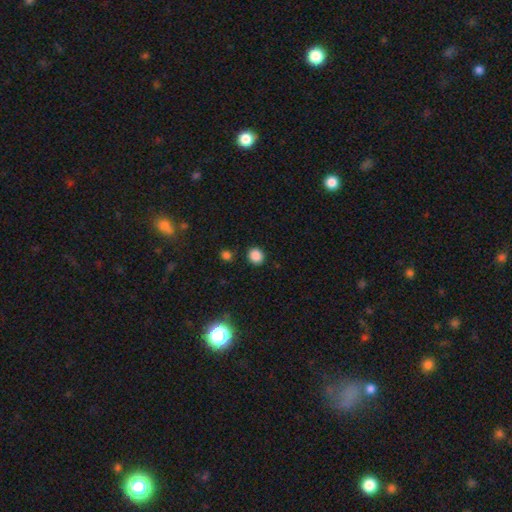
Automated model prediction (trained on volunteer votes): Q: Smooth or featured?
A: smooth (86%); runner-up: star or artifact (11%)
Q: How rounded?
A: round (77%); runner-up: in between (22%)
Q: Merging?
A: none (88%); runner-up: minor disturbance (7%)